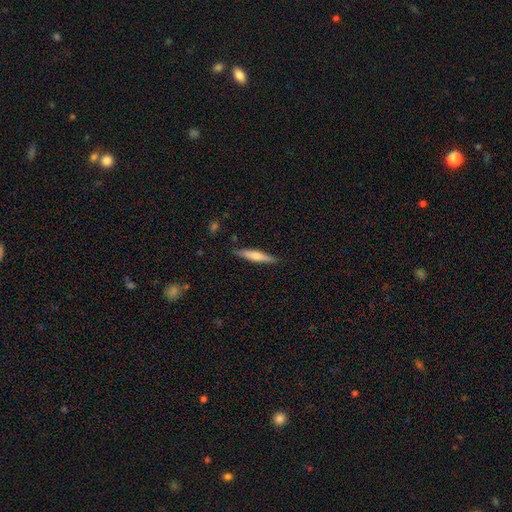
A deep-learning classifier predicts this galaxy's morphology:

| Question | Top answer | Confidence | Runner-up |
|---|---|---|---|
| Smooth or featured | smooth | 54% | featured or disk (40%) |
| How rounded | cigar-shaped | 89% | in between (9%) |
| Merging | none | 88% | minor disturbance (9%) |